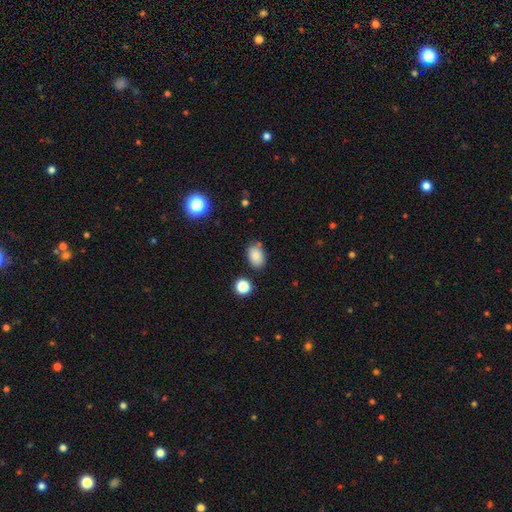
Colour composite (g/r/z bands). It shows a smooth galaxy with no disk features (87%) that is in between round and cigar-shaped (94%). Merging: none (78%).